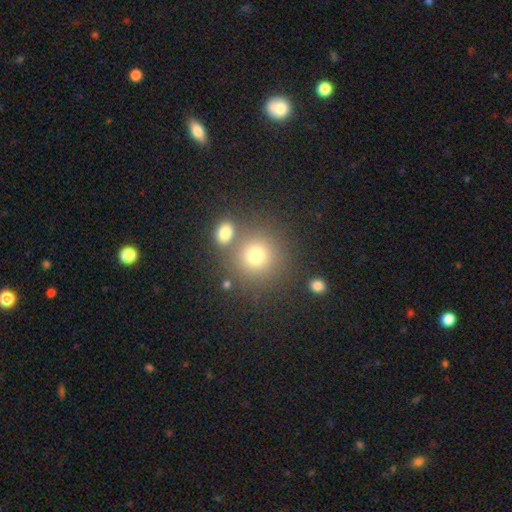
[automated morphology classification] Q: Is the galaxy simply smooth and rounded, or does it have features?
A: smooth — 74%.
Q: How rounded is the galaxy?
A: round — 90%.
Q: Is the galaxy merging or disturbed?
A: none — 68%.